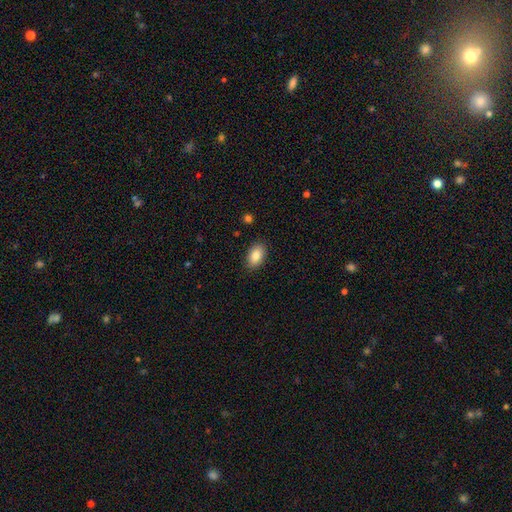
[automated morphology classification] A smooth galaxy with no disk features (84%) that is in between round and cigar-shaped (91%). Merging: none (87%).